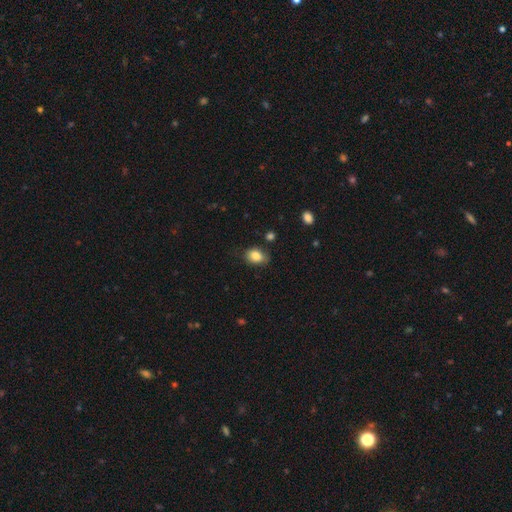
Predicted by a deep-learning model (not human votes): smooth_or_featured: smooth (p=0.85) [alt: star or artifact p=0.09]
how_rounded: in between (p=0.67) [alt: round p=0.32]
merging: none (p=0.74) [alt: minor disturbance p=0.20]